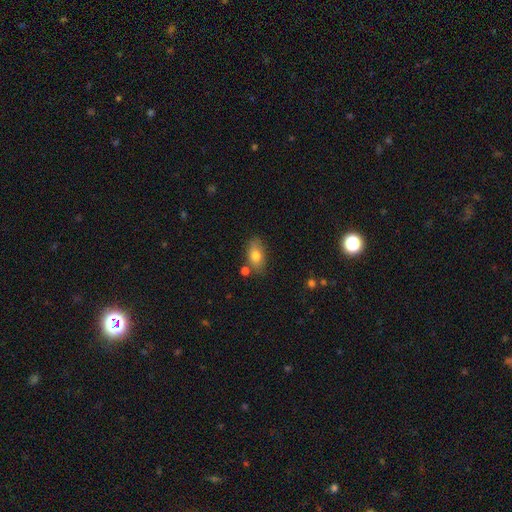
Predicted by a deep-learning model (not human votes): smooth 79%, featured or disk 13%, star or artifact 8%. Down the decision tree: how rounded — in between (88%); merging — none (74%).